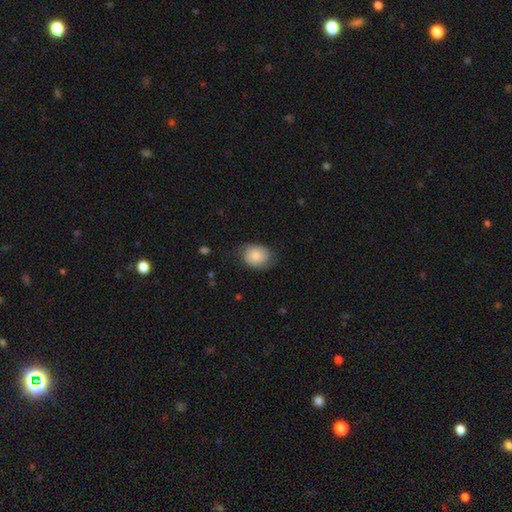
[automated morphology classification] This appears to be a smooth galaxy with no disk features (77%) that is in between round and cigar-shaped (52%). Merging: none (65%).